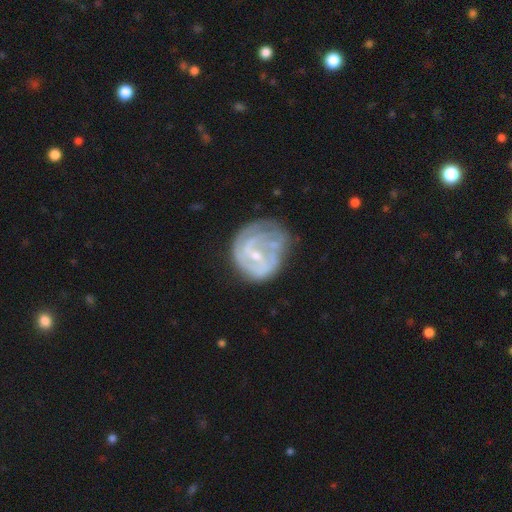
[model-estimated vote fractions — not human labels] Morphology: type=featured or disk (77%); edge-on=no (98%); bar=weak (50%); spiral arms=yes (81%); winding=tight (52%); arm count=can't tell (37%); bulge=small (69%); merging=none (43%).